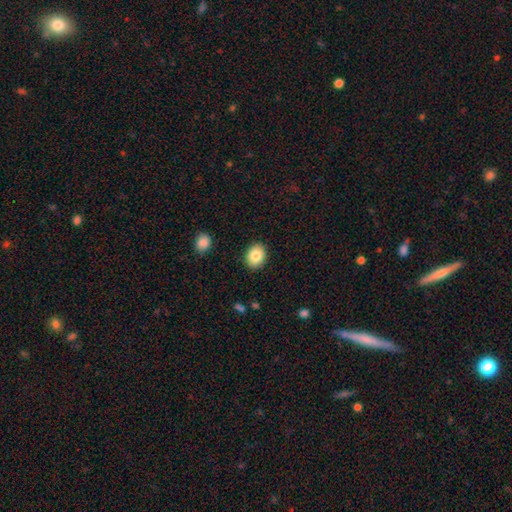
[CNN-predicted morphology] Smooth or featured?
  - smooth: 85% *
  - star or artifact: 8%
  - featured or disk: 7%
How rounded?
  - in between: 59% *
  - round: 40%
  - cigar-shaped: 1%
Merging?
  - none: 89% *
  - minor disturbance: 8%
  - major disturbance: 2%
  - merger: 1%